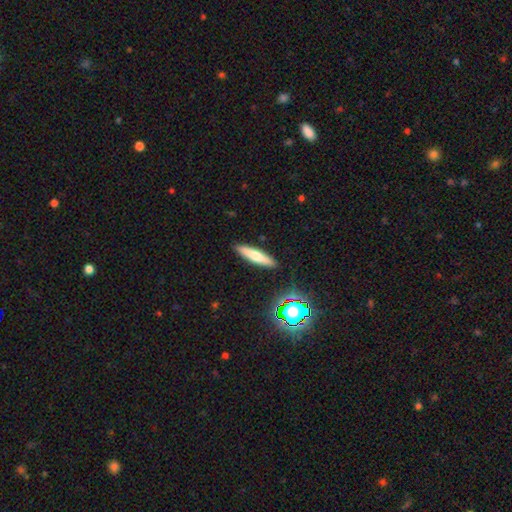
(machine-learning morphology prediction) The model was most divided on "smooth or featured": smooth: 62%, featured or disk: 30%, star or artifact: 8%. More confident: merging — none (90%); how rounded — cigar-shaped (83%).